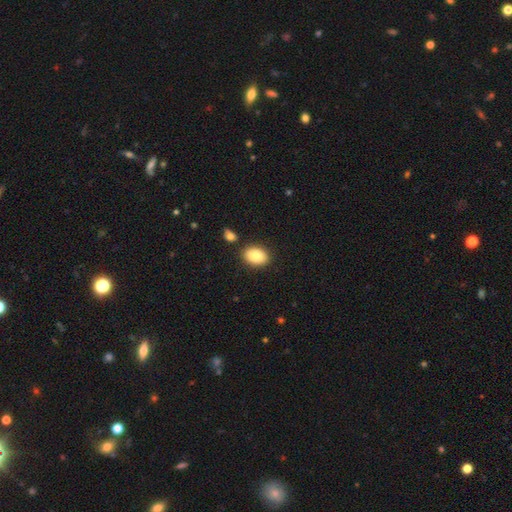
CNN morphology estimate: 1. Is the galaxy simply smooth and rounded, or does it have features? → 85% smooth, 8% featured or disk, 7% star or artifact.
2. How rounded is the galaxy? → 82% in between, 17% round, 1% cigar-shaped.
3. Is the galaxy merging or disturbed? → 84% none, 9% minor disturbance, 5% merger, 2% major disturbance.